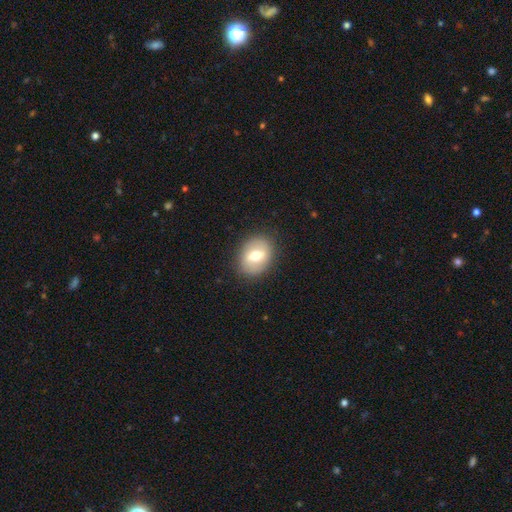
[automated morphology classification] This appears to be a smooth galaxy with no disk features (60%) that is in between round and cigar-shaped (61%). Merging: none (86%).